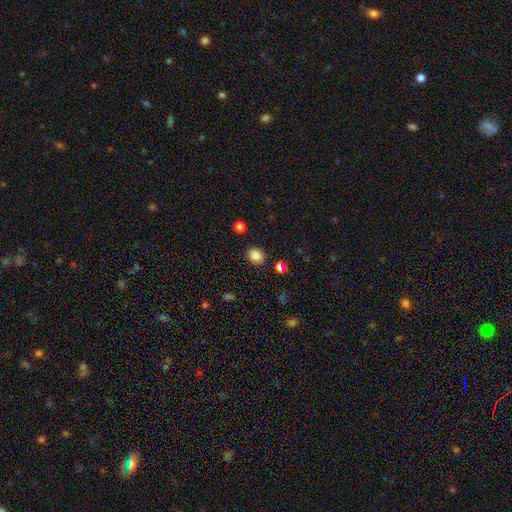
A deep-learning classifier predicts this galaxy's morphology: Smooth or featured? Predicted: smooth (p=0.84). How rounded? Predicted: round (p=0.50). Merging? Predicted: none (p=0.86).